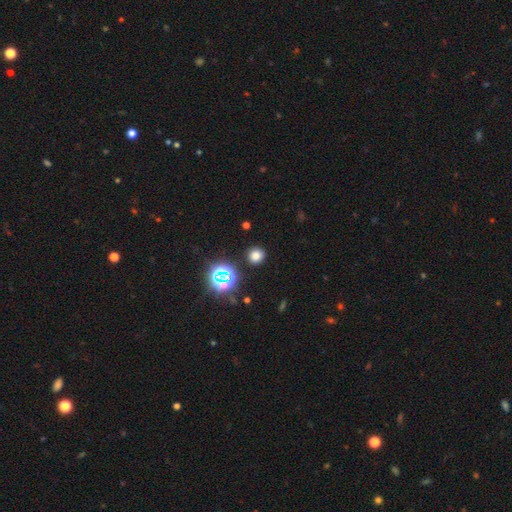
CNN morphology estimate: smooth-or-featured: smooth: 71% | star or artifact: 23% | featured or disk: 6%
  how-rounded: round: 90% | in between: 9% | cigar-shaped: 1%
  merging: none: 89% | minor disturbance: 6% | major disturbance: 3% | merger: 2%